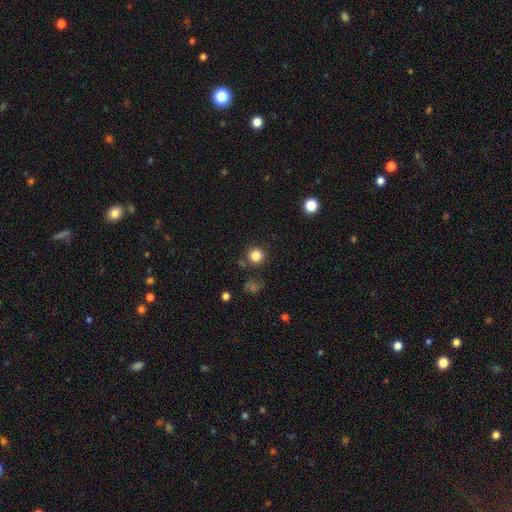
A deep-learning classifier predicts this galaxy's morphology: smooth 83%, star or artifact 12%, featured or disk 5%. Down the decision tree: how rounded — round (94%); merging — none (85%).